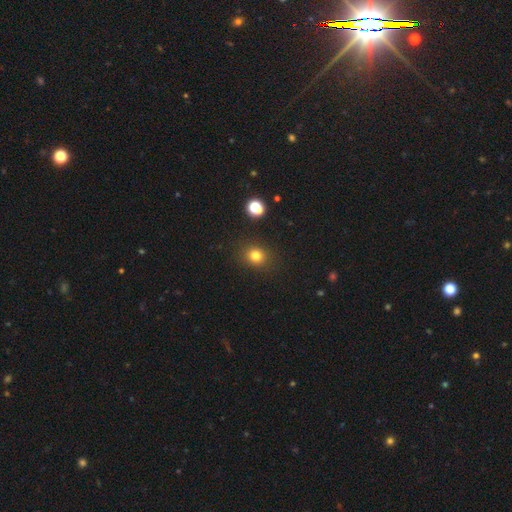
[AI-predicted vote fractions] Overall: smooth (79%). How rounded: round (75%). Merging: none (87%).